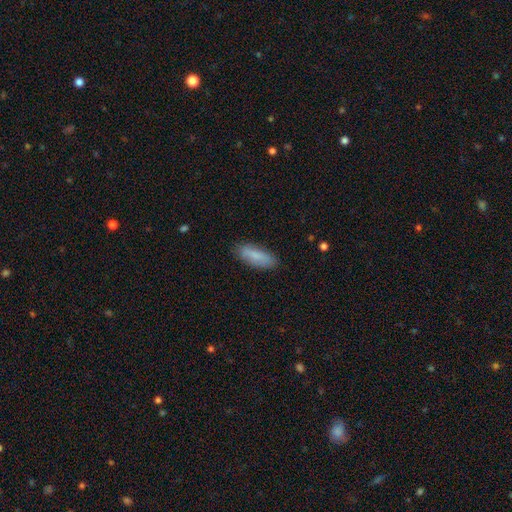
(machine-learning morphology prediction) Smooth or featured? Predicted: smooth (p=0.81). How rounded? Predicted: in between (p=0.63). Merging? Predicted: none (p=0.82).